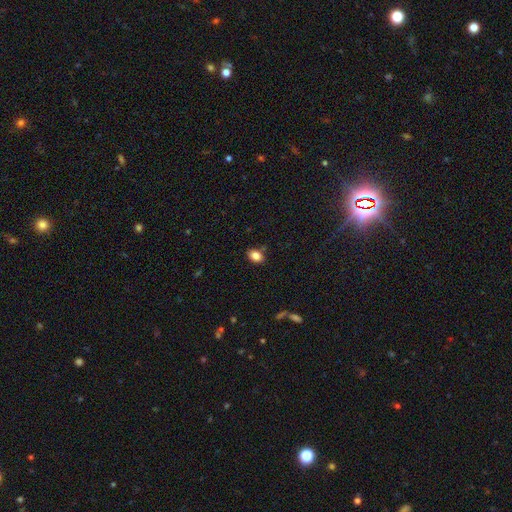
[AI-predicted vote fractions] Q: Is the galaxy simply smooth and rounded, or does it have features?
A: smooth — 85%.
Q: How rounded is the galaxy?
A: in between — 79%.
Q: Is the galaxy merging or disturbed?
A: none — 82%.